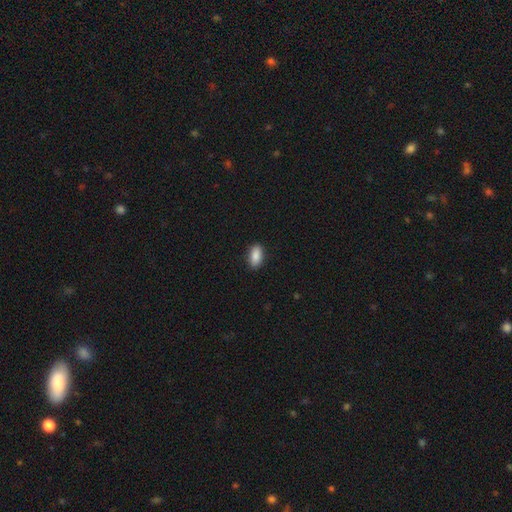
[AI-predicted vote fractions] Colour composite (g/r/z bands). It shows a smooth galaxy with no disk features (89%) that is in between round and cigar-shaped (90%). Merging: none (89%).